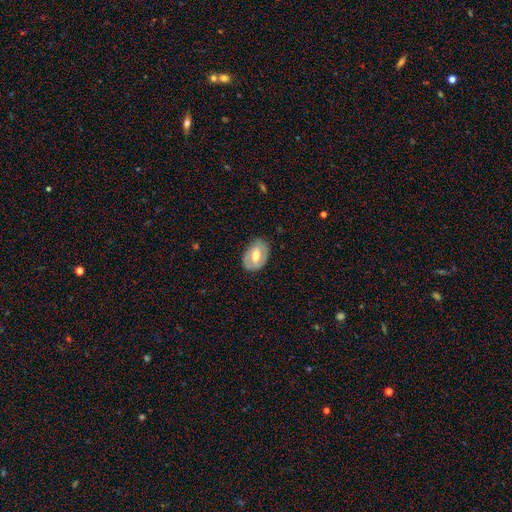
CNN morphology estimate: Q: Smooth or featured?
A: featured or disk (48%); runner-up: smooth (46%)
Q: Merging?
A: none (78%); runner-up: minor disturbance (16%)